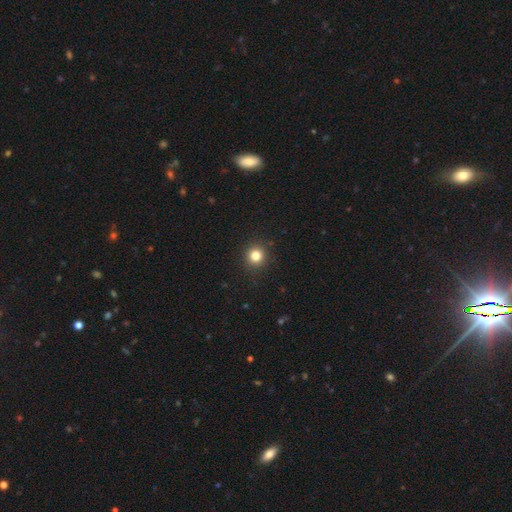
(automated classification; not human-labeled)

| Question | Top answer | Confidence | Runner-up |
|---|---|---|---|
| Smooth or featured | smooth | 82% | star or artifact (13%) |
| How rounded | round | 93% | in between (6%) |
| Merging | none | 92% | minor disturbance (5%) |